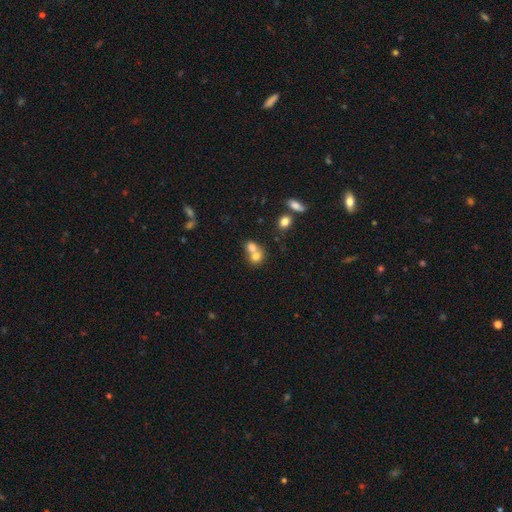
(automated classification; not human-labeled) A smooth galaxy with no disk features (73%) that is round (70%). Merging: merger (66%).